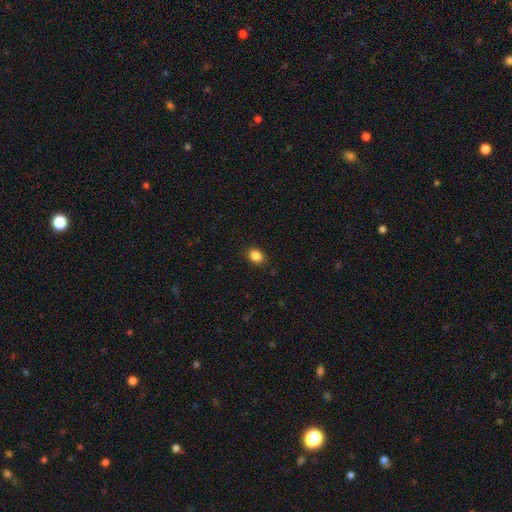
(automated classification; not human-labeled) smooth_or_featured: smooth (p=0.87) [alt: star or artifact p=0.10]
how_rounded: in between (p=0.50) [alt: round p=0.49]
merging: none (p=0.88) [alt: minor disturbance p=0.08]